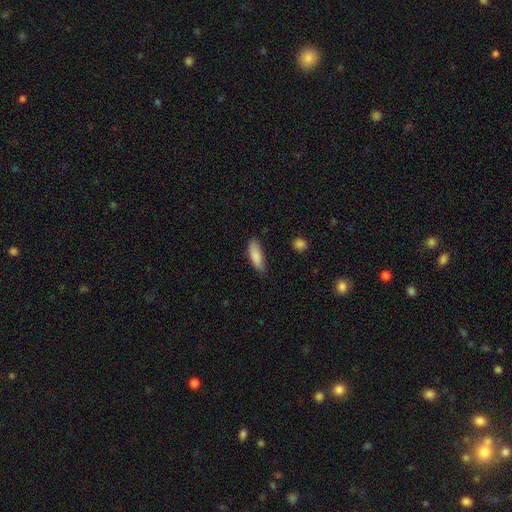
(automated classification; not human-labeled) Smooth or featured: smooth — 87% (featured or disk — 6%)
How rounded: in between — 63% (cigar-shaped — 35%)
Merging: none — 79% (minor disturbance — 16%)